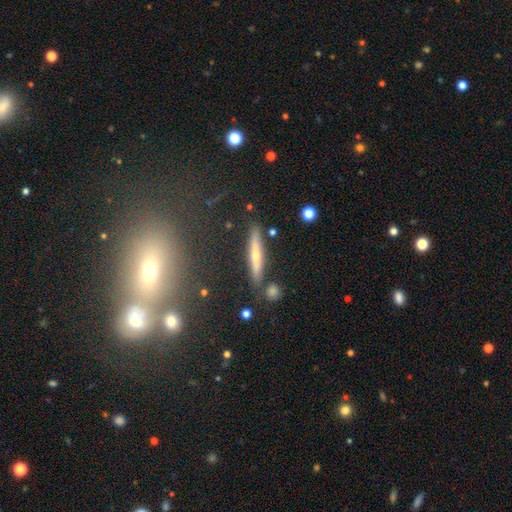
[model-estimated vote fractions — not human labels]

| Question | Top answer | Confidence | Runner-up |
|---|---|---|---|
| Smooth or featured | featured or disk | 46% | tied: smooth (46%) |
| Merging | none | 83% | minor disturbance (10%) |